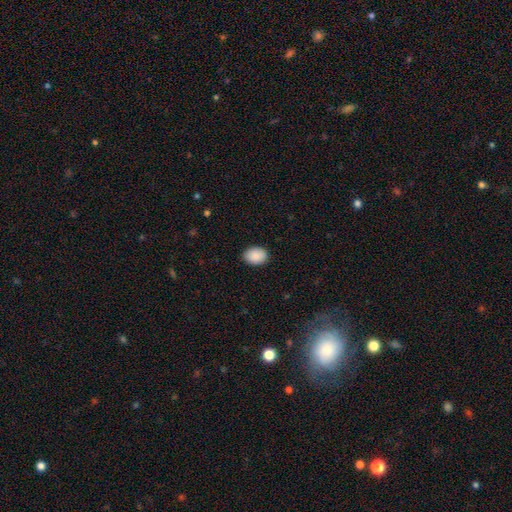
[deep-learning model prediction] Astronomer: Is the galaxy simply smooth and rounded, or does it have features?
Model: smooth — 90%.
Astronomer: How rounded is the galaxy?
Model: in between — 72%.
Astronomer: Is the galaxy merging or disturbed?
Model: none — 89%.